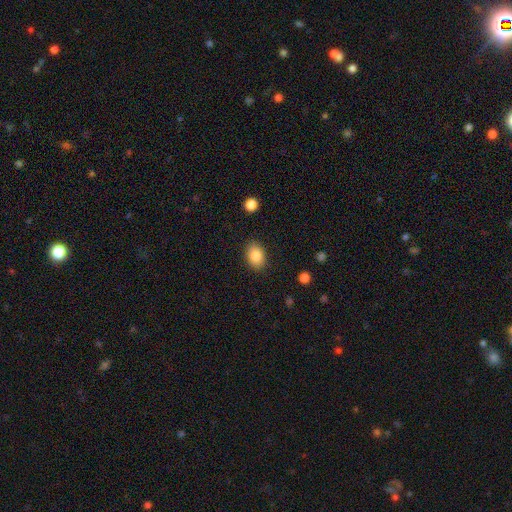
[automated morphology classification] smooth_or_featured: smooth (p=0.85) [alt: star or artifact p=0.08]
how_rounded: in between (p=0.78) [alt: round p=0.21]
merging: none (p=0.87) [alt: minor disturbance p=0.10]